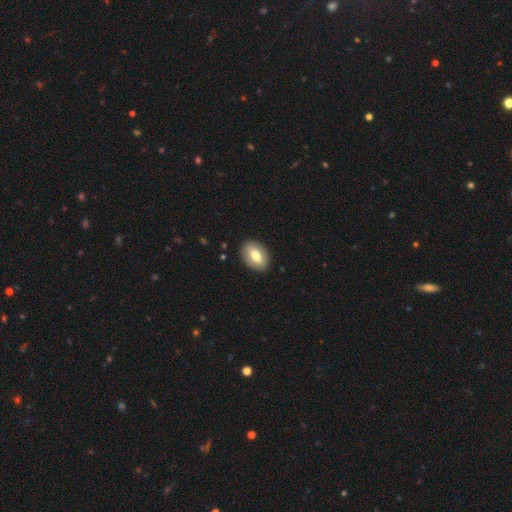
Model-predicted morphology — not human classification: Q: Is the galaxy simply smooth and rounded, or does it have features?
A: smooth — 70%.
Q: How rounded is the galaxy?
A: in between — 87%.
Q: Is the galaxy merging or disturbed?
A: none — 88%.